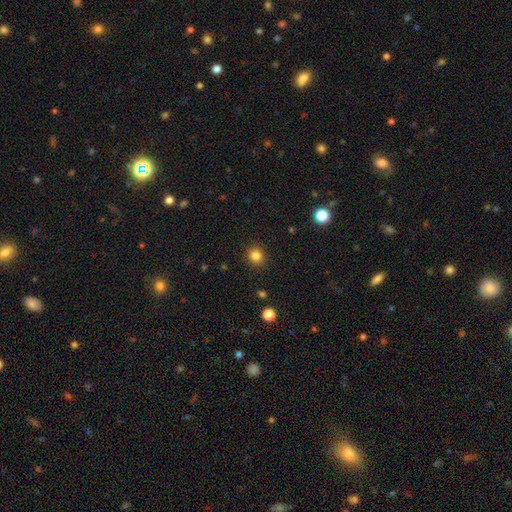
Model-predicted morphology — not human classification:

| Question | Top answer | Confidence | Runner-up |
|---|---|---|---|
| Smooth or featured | smooth | 84% | star or artifact (12%) |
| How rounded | round | 87% | in between (12%) |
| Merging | none | 91% | minor disturbance (6%) |